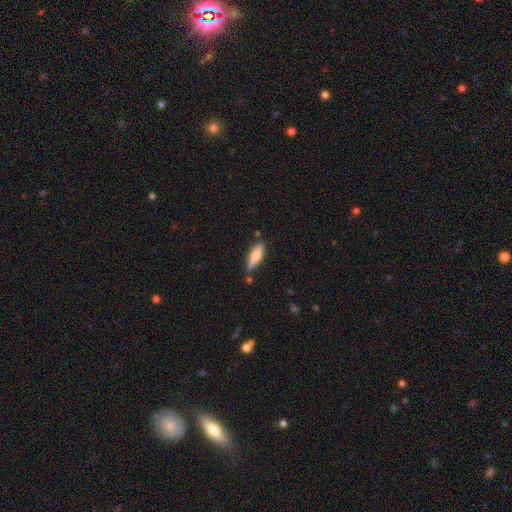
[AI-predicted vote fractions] smooth 71%, featured or disk 23%, star or artifact 6%. Down the decision tree: how rounded — cigar-shaped (52%); merging — none (73%).